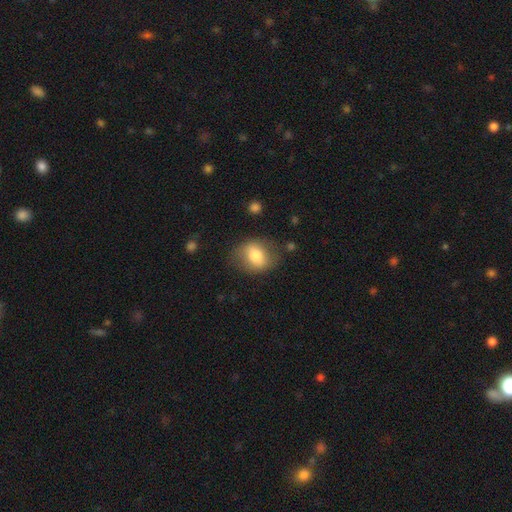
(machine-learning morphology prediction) A smooth galaxy with no disk features (72%) that is in between round and cigar-shaped (61%). Merging: none (71%).